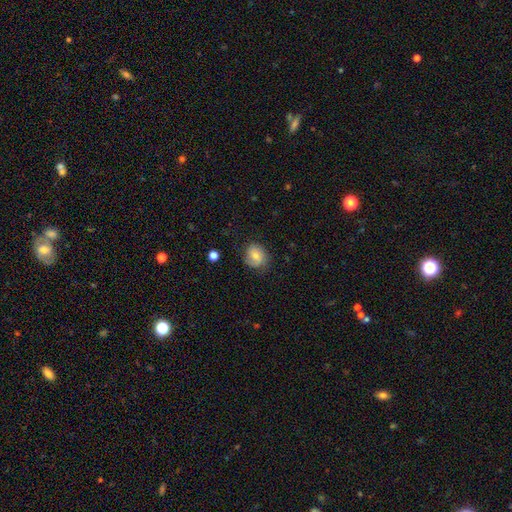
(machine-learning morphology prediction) This appears to be a smooth galaxy with no disk features (59%) that is round (68%). Merging: none (71%).